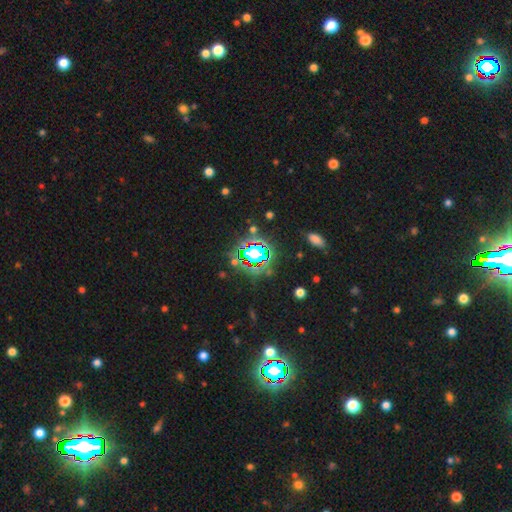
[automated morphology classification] type=star or artifact (67%).